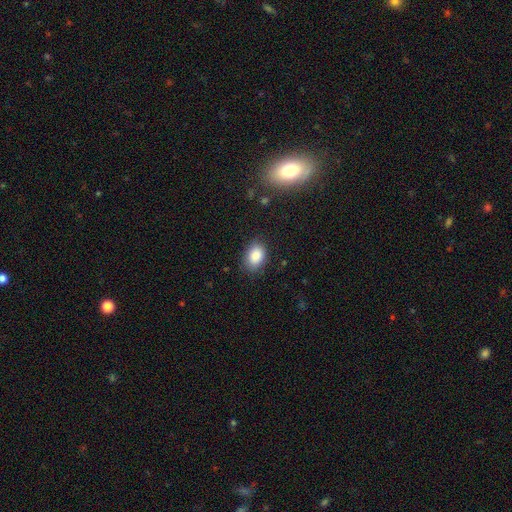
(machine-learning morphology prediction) smooth-or-featured: smooth: 87% | star or artifact: 8% | featured or disk: 5%
  how-rounded: in between: 84% | round: 15% | cigar-shaped: 1%
  merging: none: 81% | minor disturbance: 14% | major disturbance: 3% | merger: 1%